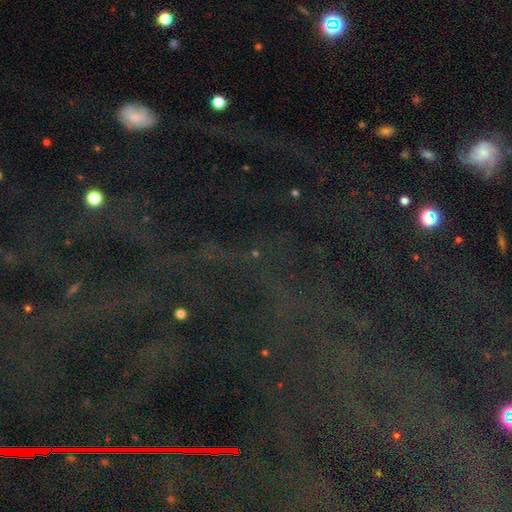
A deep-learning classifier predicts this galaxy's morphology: Smooth or featured?
  - star or artifact: 78% *
  - smooth: 12%
  - featured or disk: 9%